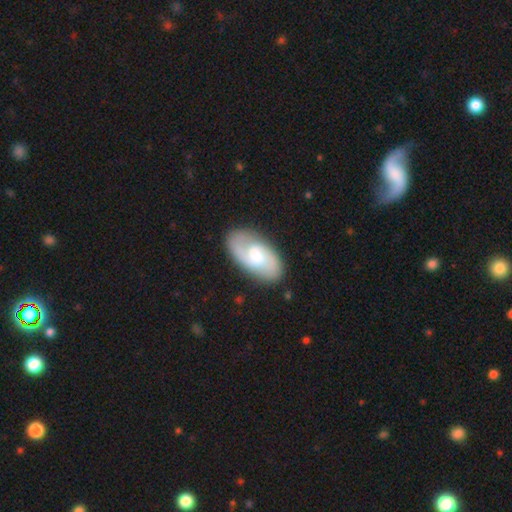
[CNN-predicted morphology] Smooth or featured: featured or disk — 67% (smooth — 28%)
Edge-on disk: no — 95% (yes — 5%)
Bar: weak — 48% (no — 43%)
Spiral arms: yes — 90% (no — 10%)
Spiral winding: medium — 47% (loose — 27%)
Spiral arm count: 2 — 85% (can't tell — 9%)
Bulge size: moderate — 50% (small — 28%)
Merging: none — 84% (minor disturbance — 12%)